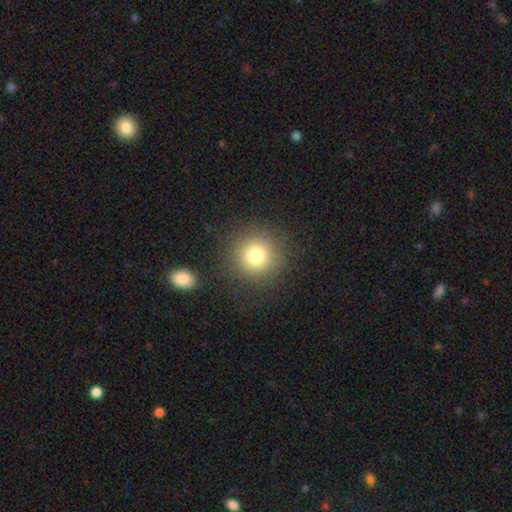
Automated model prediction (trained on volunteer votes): Smooth or featured? smooth (75%)
How rounded? round (95%)
Merging? none (87%)